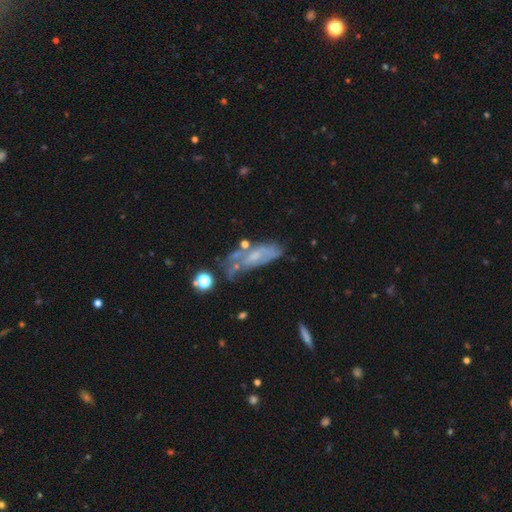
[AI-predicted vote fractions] smooth_or_featured: featured or disk (p=0.55) [alt: smooth p=0.32]
disk_edge_on: no (p=0.83) [alt: yes p=0.17]
merging: none (p=0.30) [alt: major disturbance p=0.28]